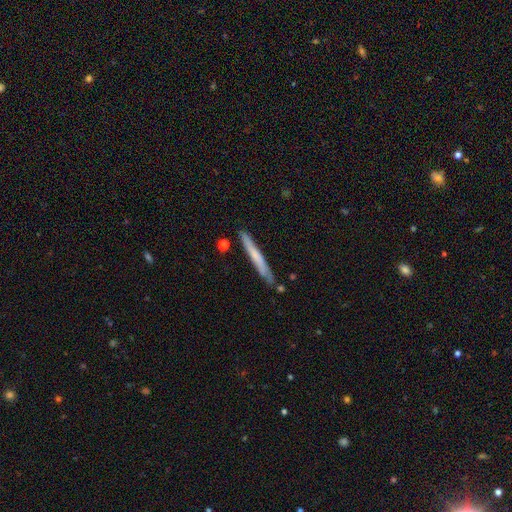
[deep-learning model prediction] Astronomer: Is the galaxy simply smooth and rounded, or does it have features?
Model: smooth — 57% (runner-up: featured or disk, 37%).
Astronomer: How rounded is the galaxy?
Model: cigar-shaped — 96%.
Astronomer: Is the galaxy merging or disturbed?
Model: none — 82%.